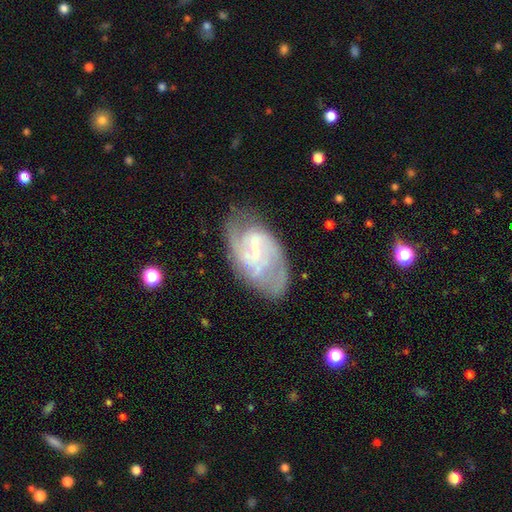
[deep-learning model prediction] Q: Smooth or featured?
A: featured or disk (77%); runner-up: smooth (15%)
Q: Edge-on disk?
A: no (96%); runner-up: yes (4%)
Q: Bar?
A: weak (51%); runner-up: strong (27%)
Q: Spiral arms?
A: yes (88%); runner-up: no (12%)
Q: Spiral winding?
A: medium (43%); runner-up: tight (35%)
Q: Spiral arm count?
A: 2 (51%); runner-up: can't tell (28%)
Q: Bulge size?
A: small (60%); runner-up: none (21%)
Q: Merging?
A: none (65%); runner-up: minor disturbance (21%)